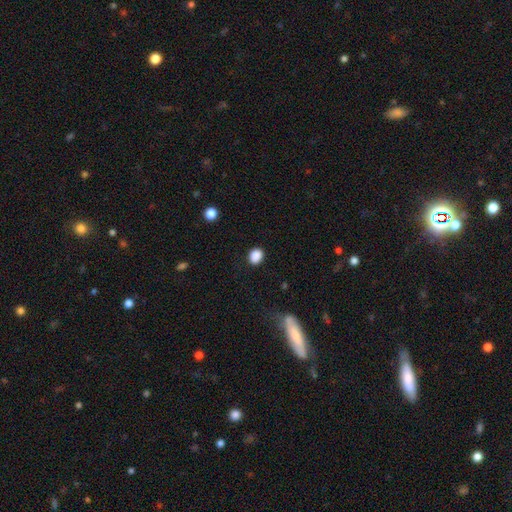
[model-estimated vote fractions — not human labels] Overall: smooth (88%). How rounded: round (52%; in between 47%). Merging: none (87%).